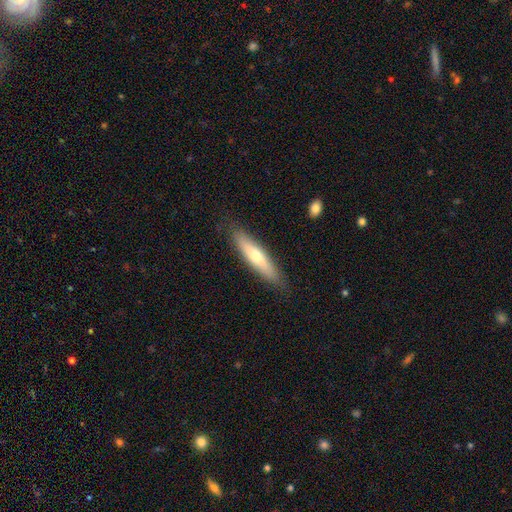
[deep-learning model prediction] smooth_or_featured: smooth (p=0.56) [alt: featured or disk p=0.38]
how_rounded: cigar-shaped (p=0.80) [alt: in between p=0.18]
merging: none (p=0.86) [alt: minor disturbance p=0.11]